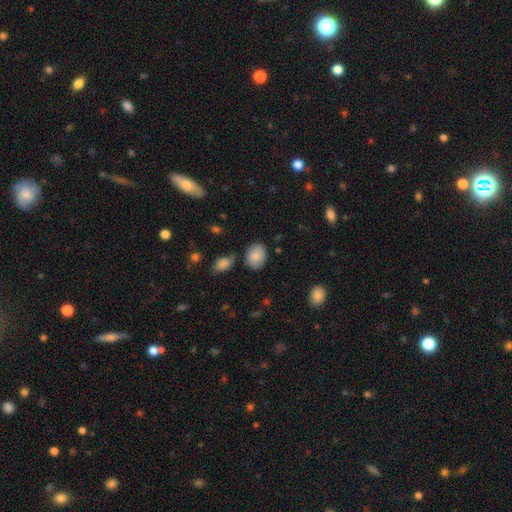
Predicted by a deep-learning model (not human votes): smooth_or_featured: smooth (p=0.82) [alt: featured or disk p=0.10]
how_rounded: in between (p=0.63) [alt: round p=0.35]
merging: none (p=0.75) [alt: minor disturbance p=0.17]